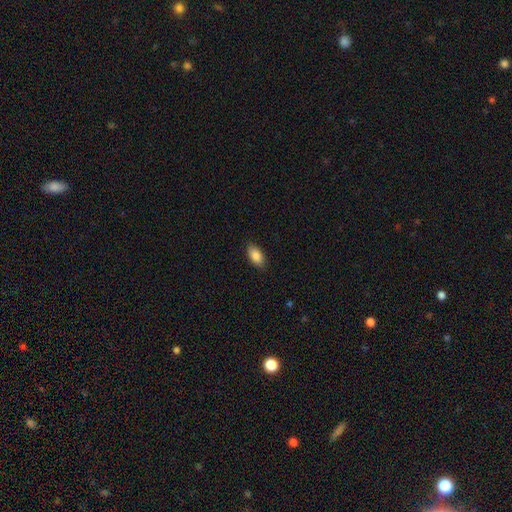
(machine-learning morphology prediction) smooth-or-featured: smooth: 87% | star or artifact: 7% | featured or disk: 6%
  how-rounded: in between: 93% | cigar-shaped: 4% | round: 3%
  merging: none: 88% | minor disturbance: 9% | major disturbance: 2% | merger: 1%